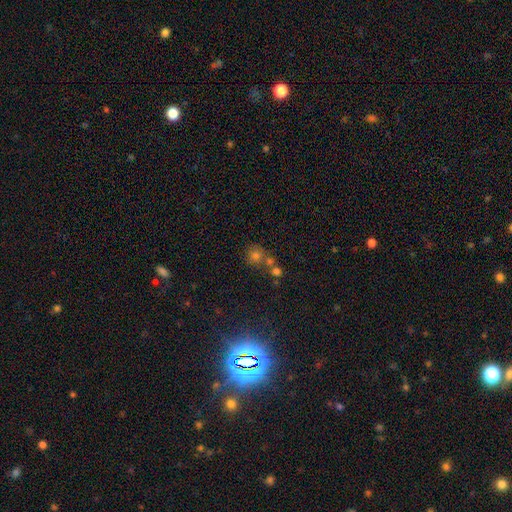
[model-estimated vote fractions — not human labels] A smooth galaxy with no disk features (68%) that is round (87%).

Vote fractions:
- Smooth or featured? smooth: 68% / star or artifact: 21% / featured or disk: 11%
- How rounded? round: 87% / in between: 12% / cigar-shaped: 1%
- Merging? none: 54% / merger: 33% / minor disturbance: 9% / major disturbance: 4%